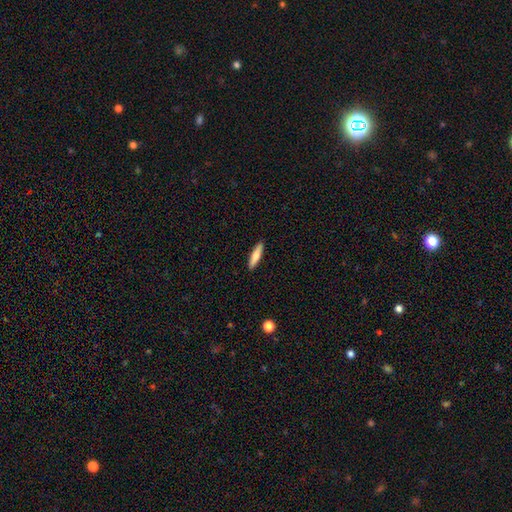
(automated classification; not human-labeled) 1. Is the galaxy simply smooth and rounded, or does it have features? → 68% smooth, 26% featured or disk, 6% star or artifact.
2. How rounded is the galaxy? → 78% cigar-shaped, 20% in between, 2% round.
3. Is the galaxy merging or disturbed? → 91% none, 7% minor disturbance, 1% major disturbance, 1% merger.